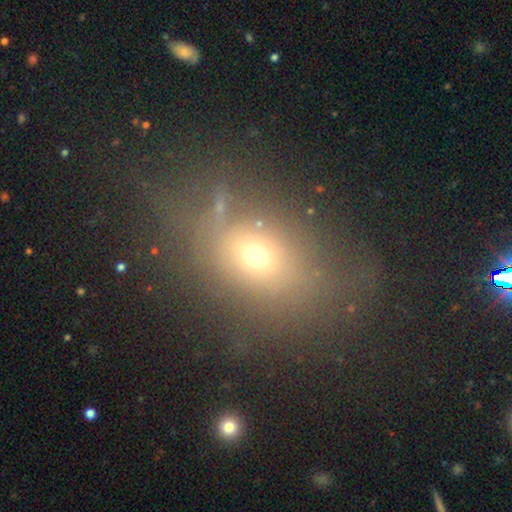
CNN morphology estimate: Smooth or featured? Predicted: smooth (p=0.58). How rounded? Predicted: in between (p=0.63). Merging? Predicted: none (p=0.60).